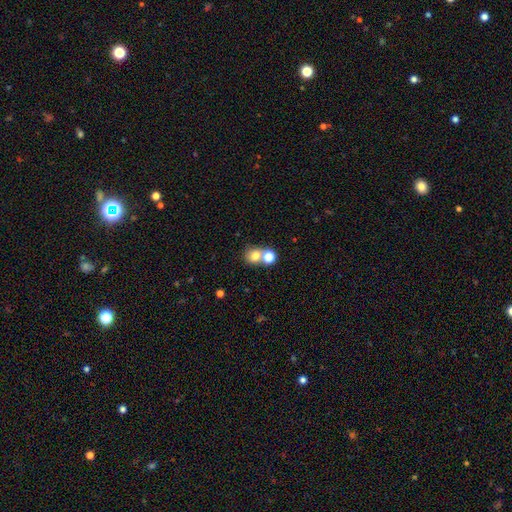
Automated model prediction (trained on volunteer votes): Overall: smooth (75%). How rounded: round (73%). Merging: merger (45%; none 43%).